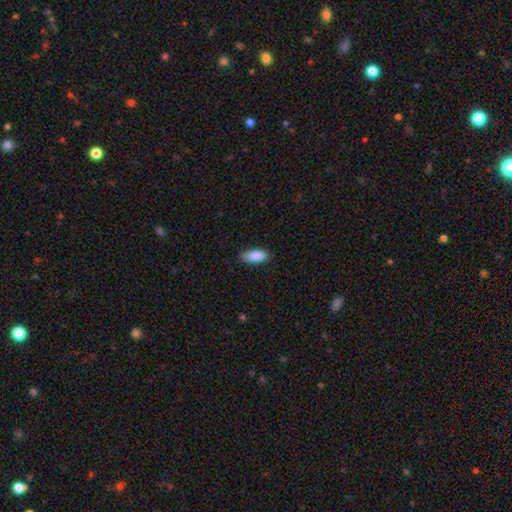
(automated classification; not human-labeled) Overall: smooth (88%). How rounded: in between (78%). Merging: none (83%).